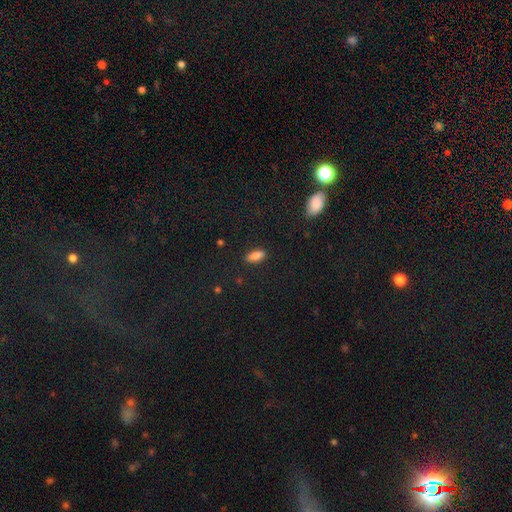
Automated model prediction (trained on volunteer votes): smooth-or-featured: smooth: 87% | star or artifact: 8% | featured or disk: 5%
  how-rounded: in between: 82% | cigar-shaped: 16% | round: 3%
  merging: none: 88% | minor disturbance: 9% | major disturbance: 2% | merger: 1%